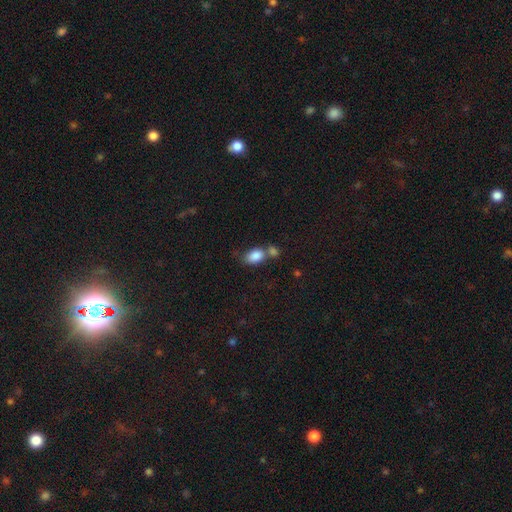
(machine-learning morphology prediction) A smooth galaxy with no disk features (85%) that is in between round and cigar-shaped (86%).

Vote fractions:
- Smooth or featured? smooth: 85% / star or artifact: 8% / featured or disk: 7%
- How rounded? in between: 86% / round: 12% / cigar-shaped: 2%
- Merging? merger: 44% / none: 37% / minor disturbance: 13% / major disturbance: 6%